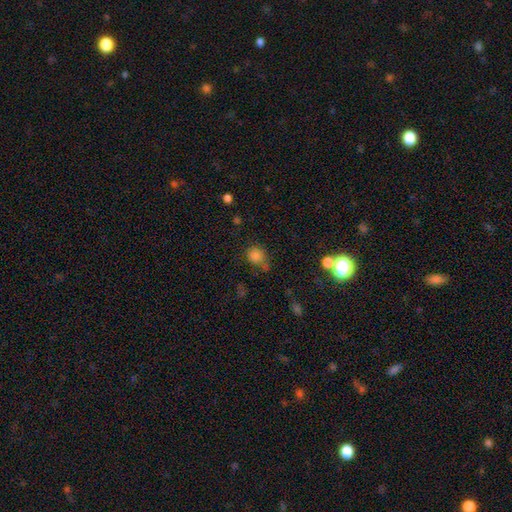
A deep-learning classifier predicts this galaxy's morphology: This is clearly a smooth galaxy (80%). How rounded: clearly round (80%). Merging: possibly none (59%).